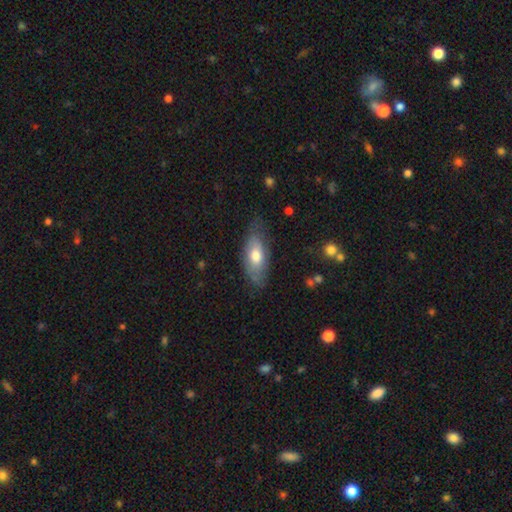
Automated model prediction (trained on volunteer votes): This is likely a smooth galaxy (66%). How rounded: clearly in between (84%). Merging: likely none (68%).